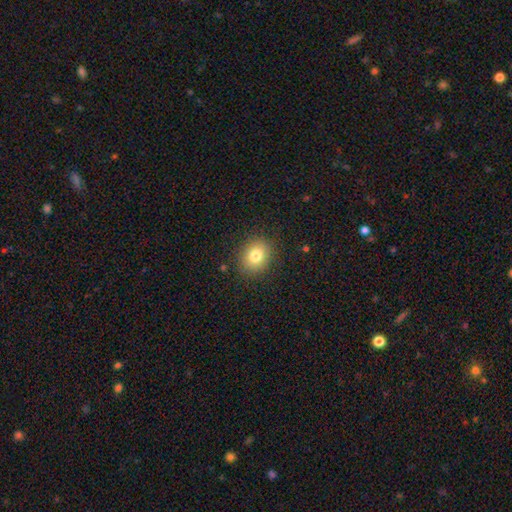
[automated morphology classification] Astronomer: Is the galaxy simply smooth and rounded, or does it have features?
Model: smooth — 80%.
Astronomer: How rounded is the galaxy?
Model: round — 66%.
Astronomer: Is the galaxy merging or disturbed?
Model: none — 88%.